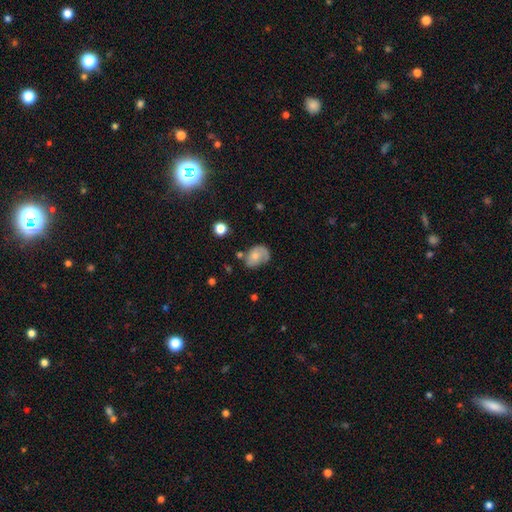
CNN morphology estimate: Smooth or featured? smooth (52%)
How rounded? in between (65%)
Merging? none (46%)